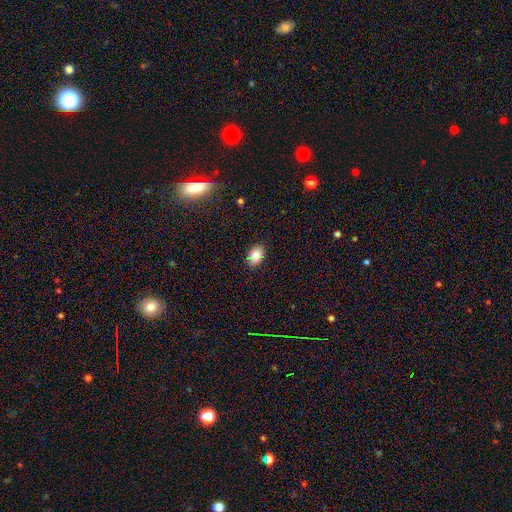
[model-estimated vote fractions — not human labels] Smooth or featured? Predicted: smooth (p=0.85). How rounded? Predicted: in between (p=0.80). Merging? Predicted: none (p=0.86).